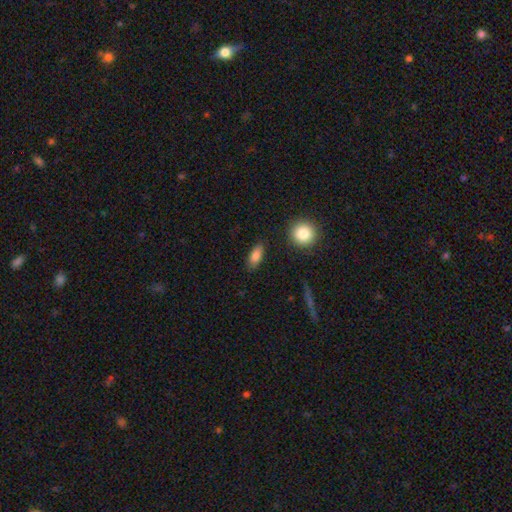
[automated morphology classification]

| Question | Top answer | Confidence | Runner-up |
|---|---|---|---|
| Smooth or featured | smooth | 83% | featured or disk (9%) |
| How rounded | in between | 81% | cigar-shaped (13%) |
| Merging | none | 84% | minor disturbance (11%) |